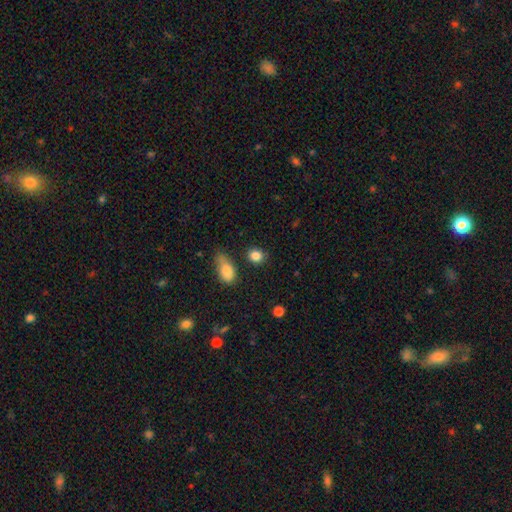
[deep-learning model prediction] smooth 85%, star or artifact 10%, featured or disk 5%. Down the decision tree: how rounded — round (70%); merging — none (78%).